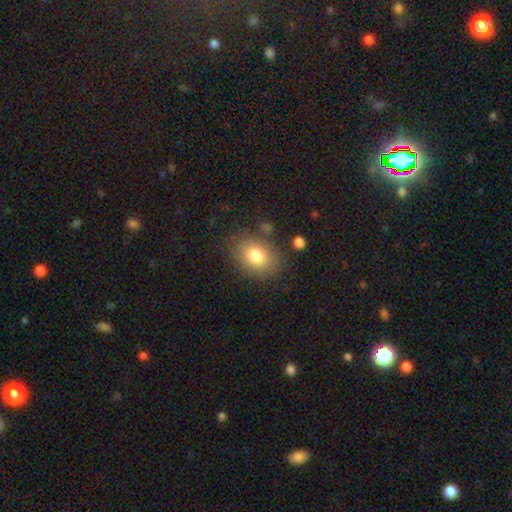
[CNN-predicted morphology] A smooth galaxy with no disk features (80%) that is in between round and cigar-shaped (65%). Merging: none (78%).